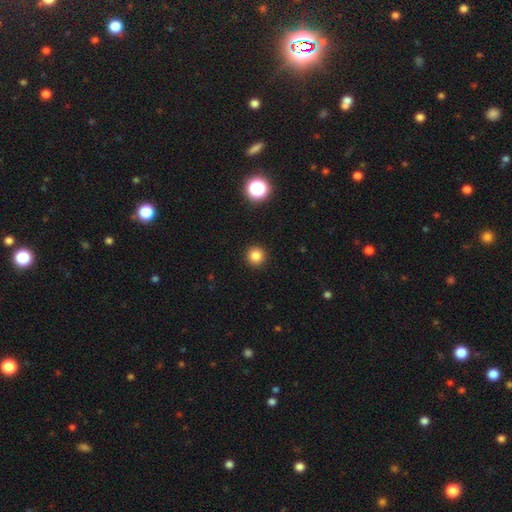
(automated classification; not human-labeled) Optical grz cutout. It shows a smooth galaxy with no disk features (83%) that is round (96%). Merging: none (93%).